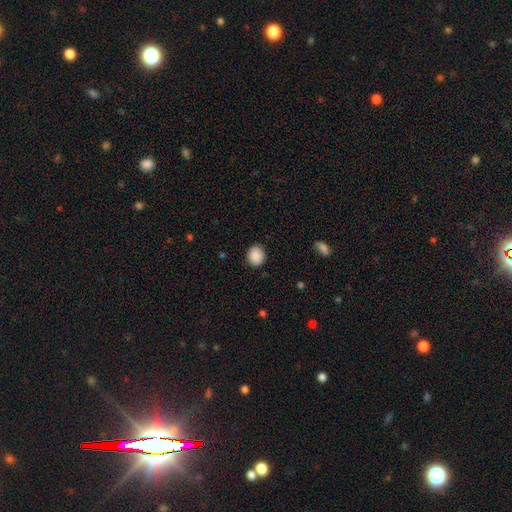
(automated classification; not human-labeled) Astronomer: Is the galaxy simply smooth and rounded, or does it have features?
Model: smooth — 89%.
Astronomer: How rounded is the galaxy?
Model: round — 64%.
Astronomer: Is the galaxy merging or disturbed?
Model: none — 88%.